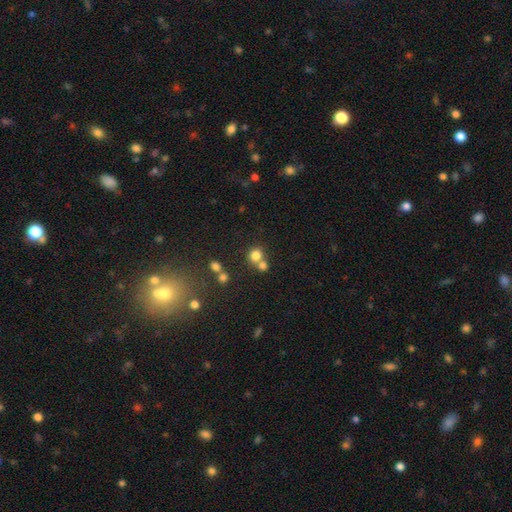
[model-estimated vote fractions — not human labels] smooth 77%, star or artifact 14%, featured or disk 9%. Down the decision tree: how rounded — round (86%); merging — none (50%).